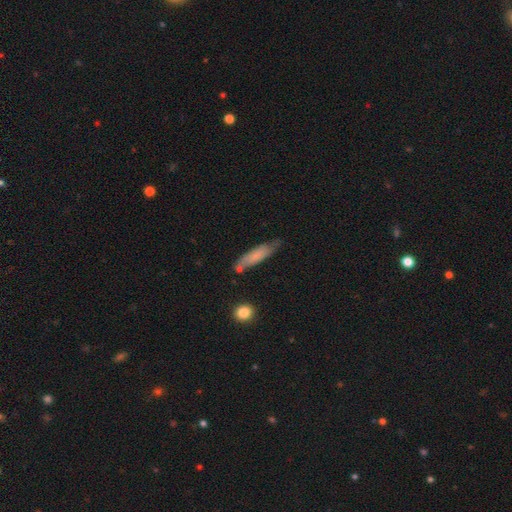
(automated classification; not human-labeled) Overall: smooth (70%). How rounded: cigar-shaped (75%). Merging: none (67%).